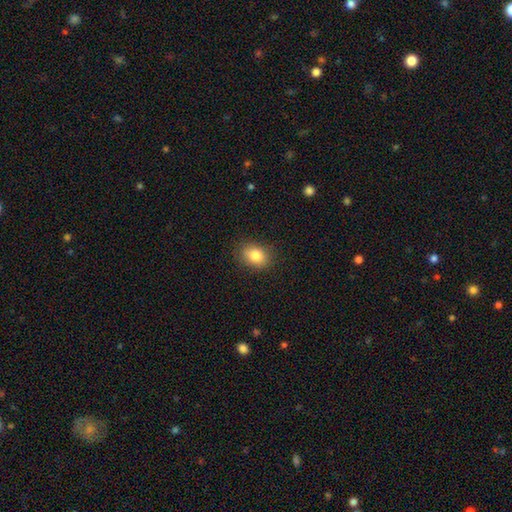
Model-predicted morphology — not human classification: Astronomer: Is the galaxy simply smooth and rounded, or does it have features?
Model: smooth — 82%.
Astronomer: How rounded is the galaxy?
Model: in between — 68%.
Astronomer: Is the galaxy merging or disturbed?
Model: none — 85%.